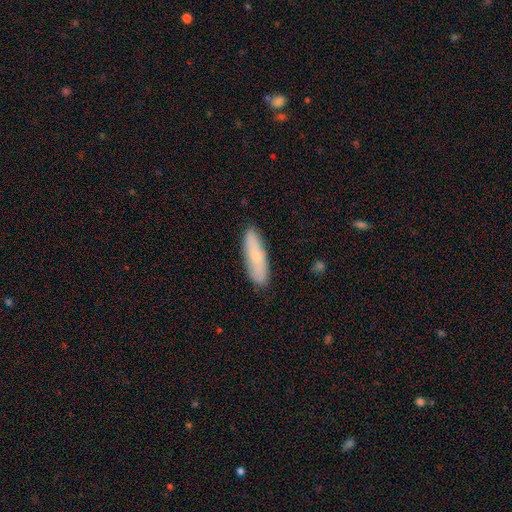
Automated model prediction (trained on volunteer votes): smooth-or-featured: smooth: 71% | featured or disk: 22% | star or artifact: 6%
  how-rounded: cigar-shaped: 62% | in between: 37% | round: 2%
  merging: none: 86% | minor disturbance: 11% | major disturbance: 2% | merger: 1%